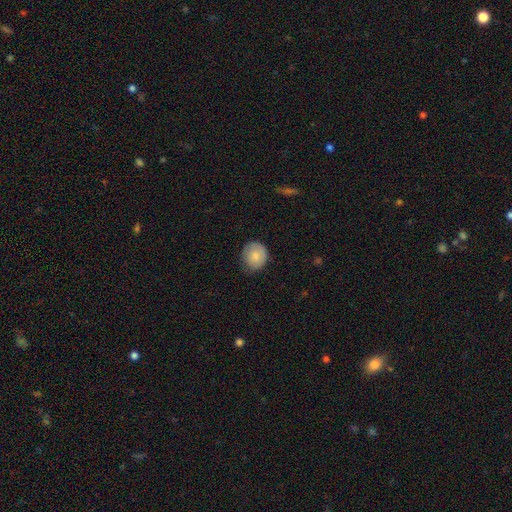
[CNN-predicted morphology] Smooth or featured?
  - smooth: 79% *
  - featured or disk: 14%
  - star or artifact: 7%
How rounded?
  - round: 82% *
  - in between: 18%
  - cigar-shaped: 1%
Merging?
  - none: 71% *
  - minor disturbance: 24%
  - major disturbance: 5%
  - merger: 1%